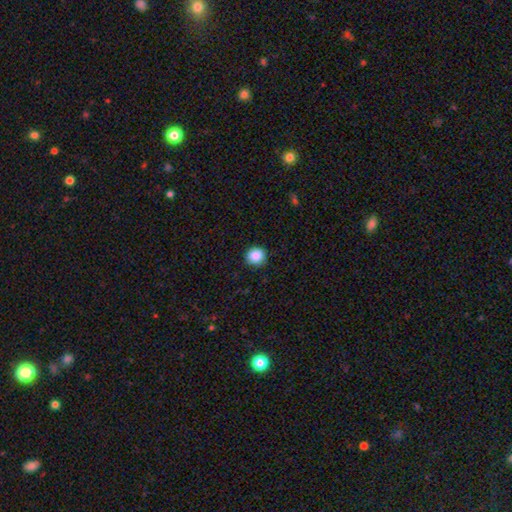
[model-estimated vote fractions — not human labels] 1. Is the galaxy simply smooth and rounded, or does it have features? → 88% smooth, 9% star or artifact, 3% featured or disk.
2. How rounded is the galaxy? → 90% round, 9% in between, 1% cigar-shaped.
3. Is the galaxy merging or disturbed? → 89% none, 8% minor disturbance, 2% major disturbance, 1% merger.